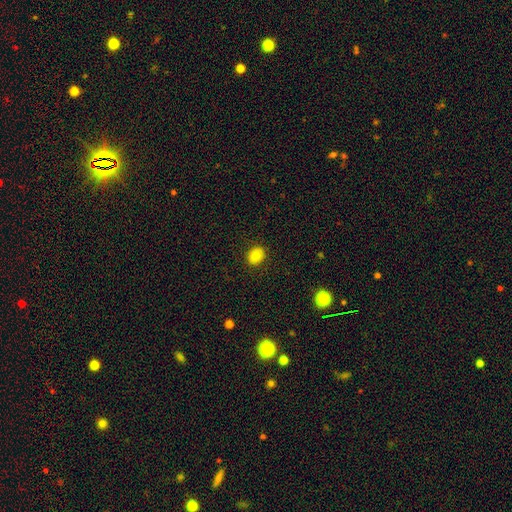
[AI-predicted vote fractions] Morphology: type=smooth (80%); roundness=round (56%); merging=none (89%).